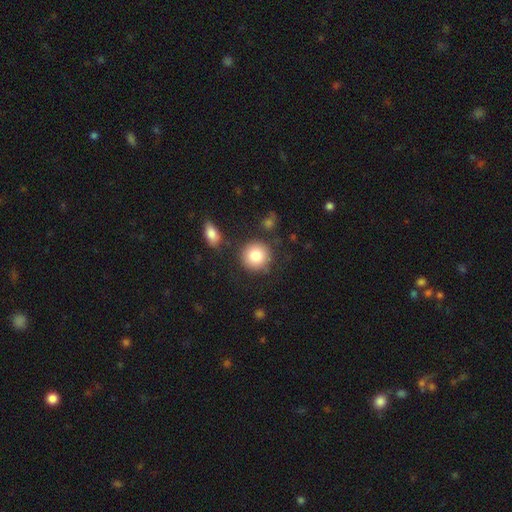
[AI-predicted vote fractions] Smooth or featured? Predicted: smooth (p=0.83). How rounded? Predicted: round (p=0.93). Merging? Predicted: none (p=0.83).